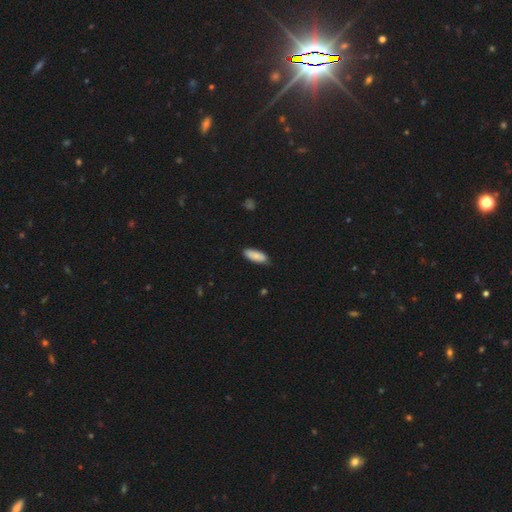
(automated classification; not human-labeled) smooth 85%, featured or disk 9%, star or artifact 6%. Down the decision tree: how rounded — in between (76%); merging — none (76%).